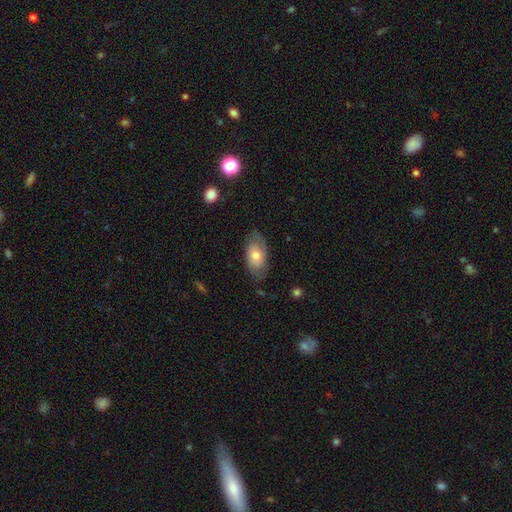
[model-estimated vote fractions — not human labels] Overall: smooth (66%; featured or disk 28%). How rounded: in between (93%). Merging: none (74%).